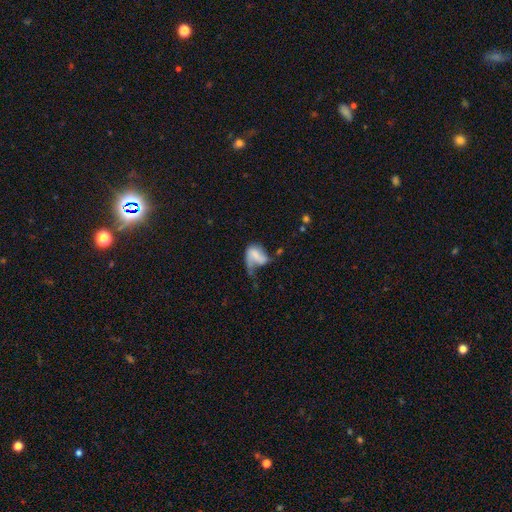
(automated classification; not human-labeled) smooth 49%, featured or disk 42%, star or artifact 9%. Down the decision tree: merging — major disturbance (49%).